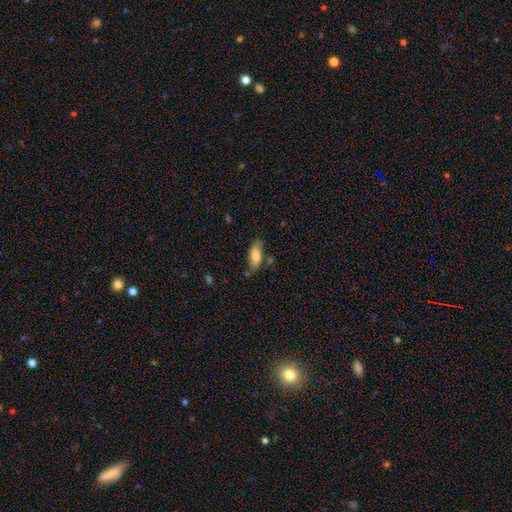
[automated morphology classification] Smooth or featured?
  - smooth: 76% *
  - featured or disk: 17%
  - star or artifact: 7%
How rounded?
  - in between: 78% *
  - cigar-shaped: 19%
  - round: 2%
Merging?
  - none: 68% *
  - minor disturbance: 21%
  - merger: 6%
  - major disturbance: 5%